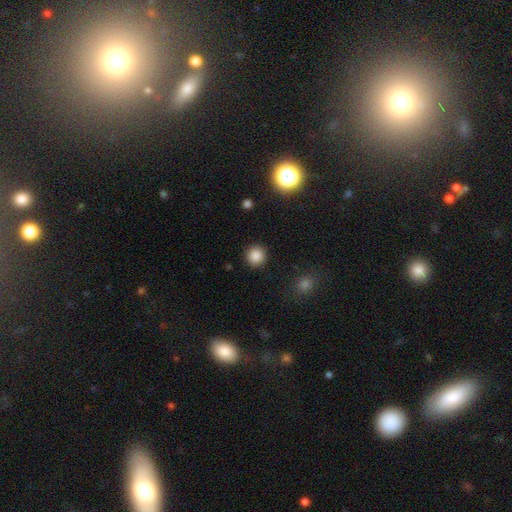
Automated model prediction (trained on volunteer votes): smooth-or-featured: smooth: 86% | star or artifact: 11% | featured or disk: 3%
  how-rounded: round: 93% | in between: 6% | cigar-shaped: 1%
  merging: none: 91% | minor disturbance: 6% | major disturbance: 2% | merger: 1%